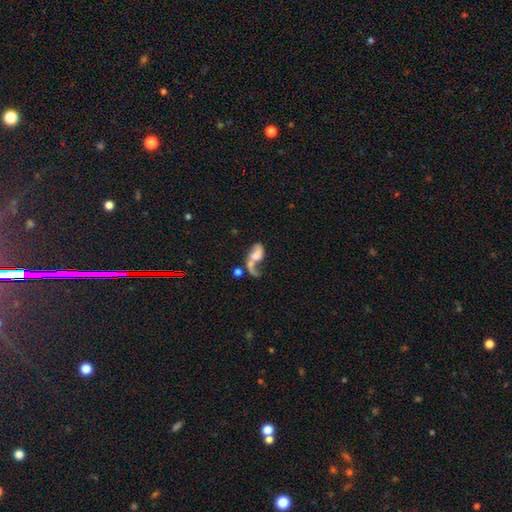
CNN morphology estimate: A featured or disk galaxy (63%) with no bar (62%), spiral arms (80%) and a moderate central bulge (34%). Merging: merger (42%).